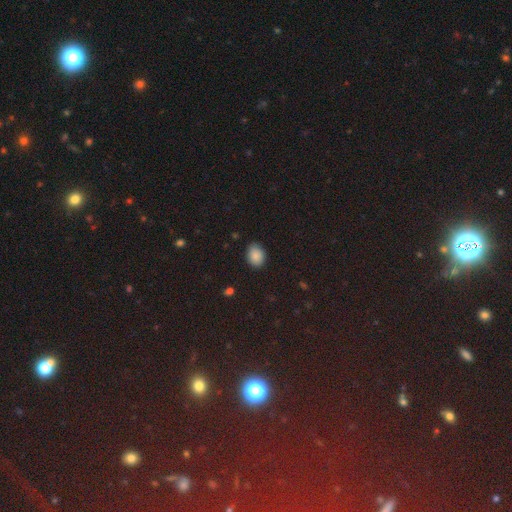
Volunteers were most divided on "how rounded": round: 58%, in between: 42%, cigar-shaped: 0%. More confident: smooth or featured — smooth (97%); merging — none (92%).